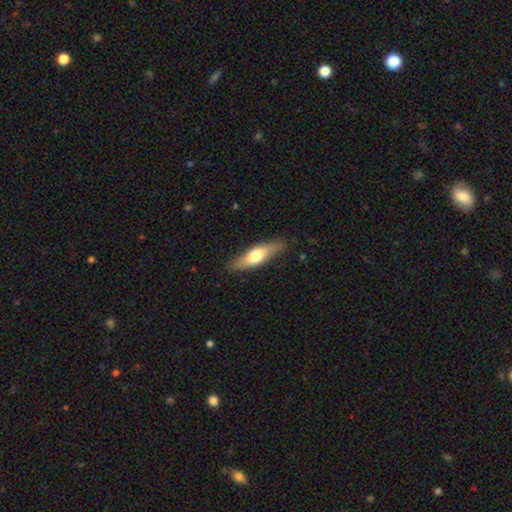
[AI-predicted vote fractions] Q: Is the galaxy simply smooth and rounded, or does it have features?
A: smooth — 56%.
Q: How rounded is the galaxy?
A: cigar-shaped — 58%.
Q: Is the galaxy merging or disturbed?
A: none — 85%.